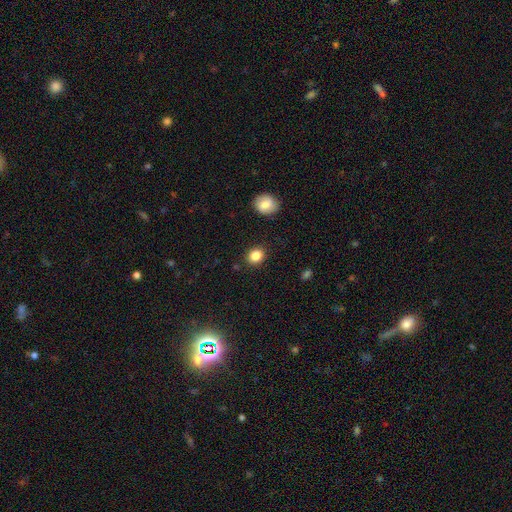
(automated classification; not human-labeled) Smooth or featured? smooth (85%)
How rounded? round (69%)
Merging? none (89%)